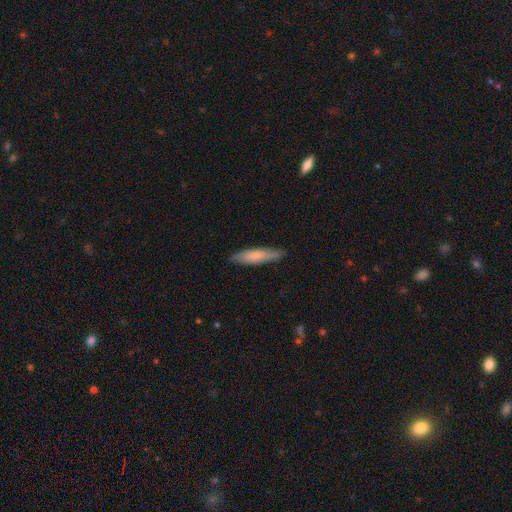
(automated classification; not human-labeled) smooth_or_featured: smooth (p=0.71) [alt: featured or disk p=0.23]
how_rounded: cigar-shaped (p=0.82) [alt: in between p=0.16]
merging: none (p=0.86) [alt: minor disturbance p=0.11]